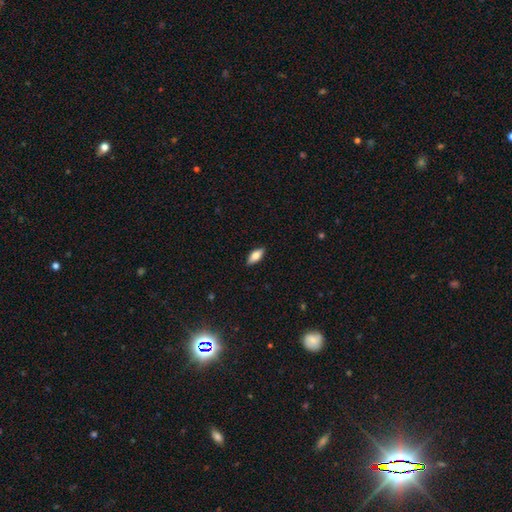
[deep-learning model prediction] smooth-or-featured: smooth: 71% | featured or disk: 23% | star or artifact: 6%
  how-rounded: in between: 79% | cigar-shaped: 19% | round: 3%
  merging: none: 89% | minor disturbance: 8% | major disturbance: 2% | merger: 1%